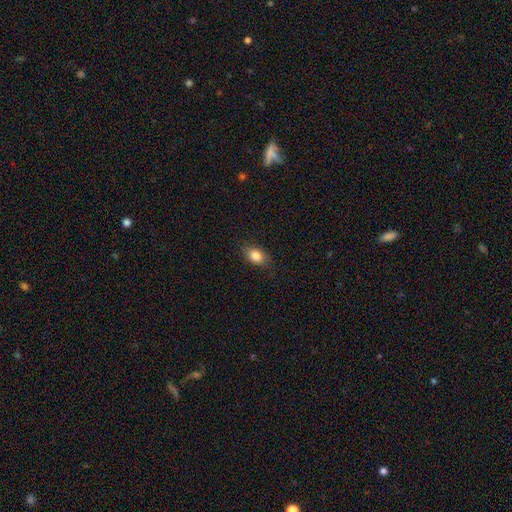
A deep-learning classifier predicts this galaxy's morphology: Smooth or featured? Predicted: smooth (p=0.84). How rounded? Predicted: in between (p=0.80). Merging? Predicted: none (p=0.83).